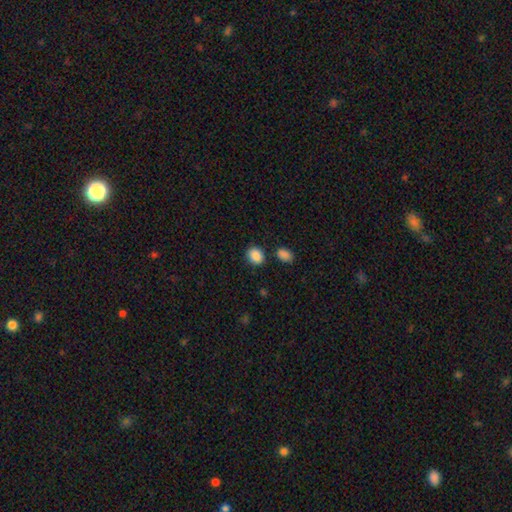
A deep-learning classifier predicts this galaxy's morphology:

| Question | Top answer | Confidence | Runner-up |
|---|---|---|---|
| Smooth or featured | smooth | 88% | star or artifact (9%) |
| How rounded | round | 53% | in between (46%) |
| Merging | none | 81% | minor disturbance (10%) |